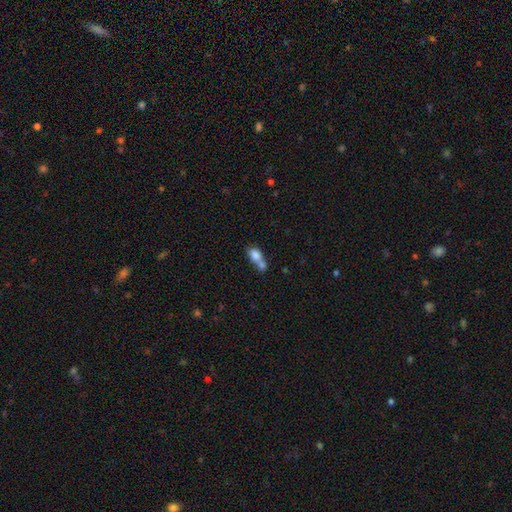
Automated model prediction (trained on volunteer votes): Smooth or featured? smooth (76%)
How rounded? in between (74%)
Merging? merger (68%)